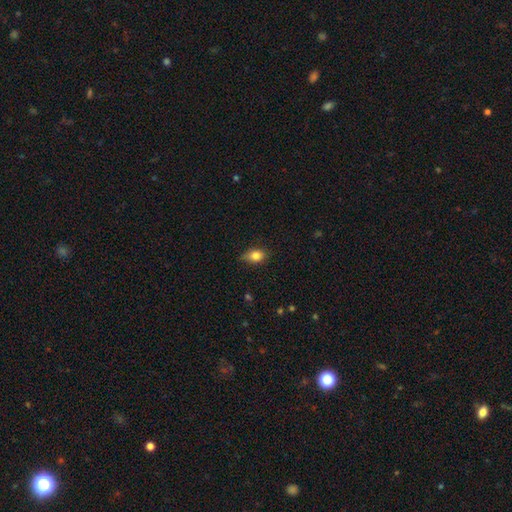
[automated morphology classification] The model was most divided on "how rounded": in between: 73%, round: 25%, cigar-shaped: 2%. More confident: smooth or featured — smooth (82%); merging — none (74%).